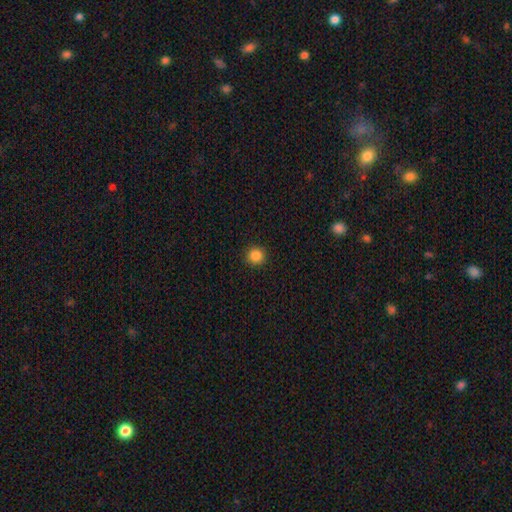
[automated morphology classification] This is clearly a smooth galaxy (86%). How rounded: clearly round (93%). Merging: clearly none (92%).